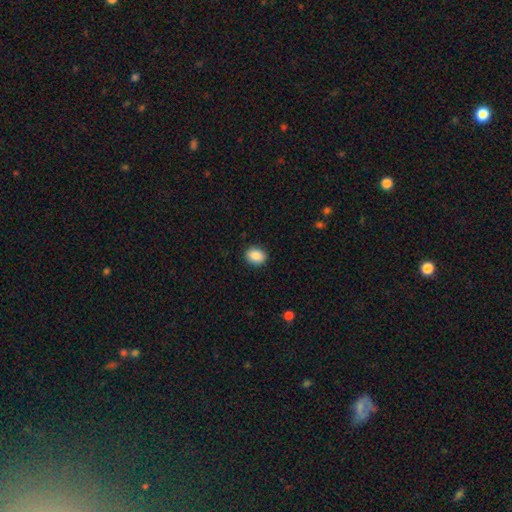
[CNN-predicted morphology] Smooth or featured? Predicted: smooth (p=0.88). How rounded? Predicted: in between (p=0.53). Merging? Predicted: none (p=0.90).